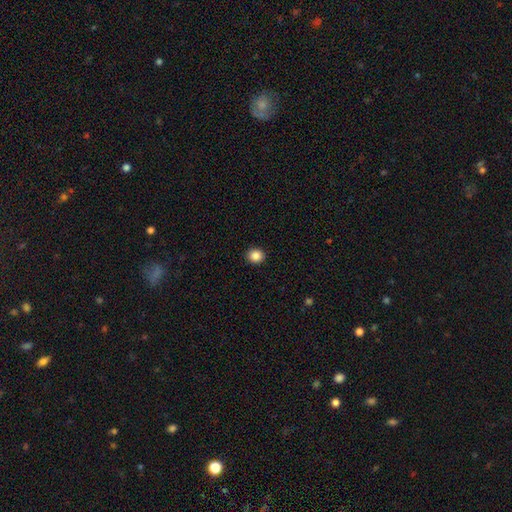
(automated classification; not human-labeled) Overall: smooth (86%). How rounded: round (83%). Merging: none (93%).